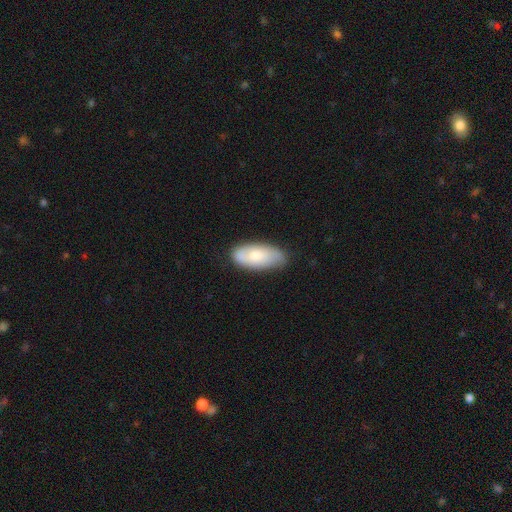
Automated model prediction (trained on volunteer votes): The model was most divided on "smooth or featured": smooth: 64%, featured or disk: 30%, star or artifact: 6%. More confident: how rounded — in between (91%); merging — none (72%).